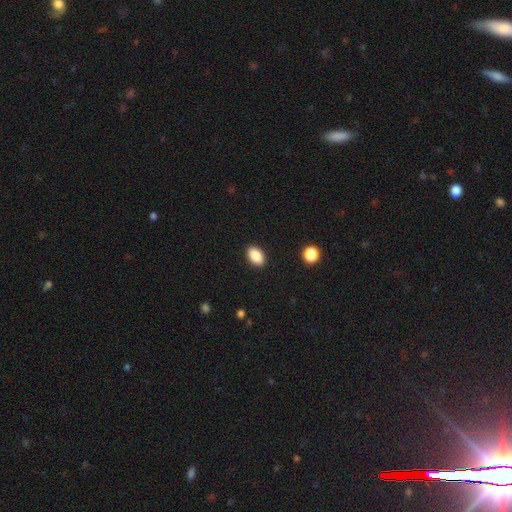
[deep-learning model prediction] smooth_or_featured: smooth (p=0.88) [alt: star or artifact p=0.08]
how_rounded: in between (p=0.91) [alt: round p=0.07]
merging: none (p=0.90) [alt: minor disturbance p=0.07]